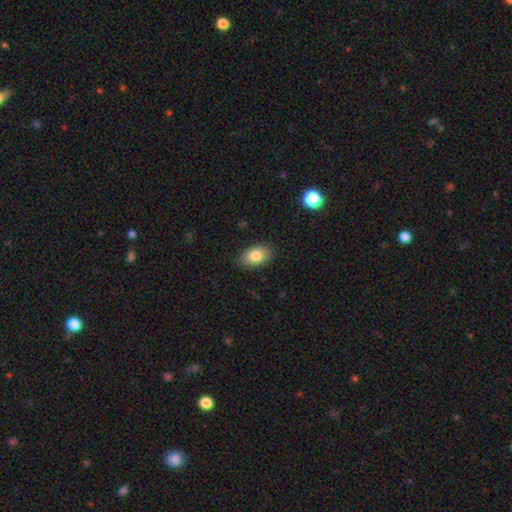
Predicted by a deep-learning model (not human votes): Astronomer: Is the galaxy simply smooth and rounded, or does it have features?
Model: smooth — 82%.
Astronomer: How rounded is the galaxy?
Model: in between — 89%.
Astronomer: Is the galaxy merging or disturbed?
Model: none — 86%.